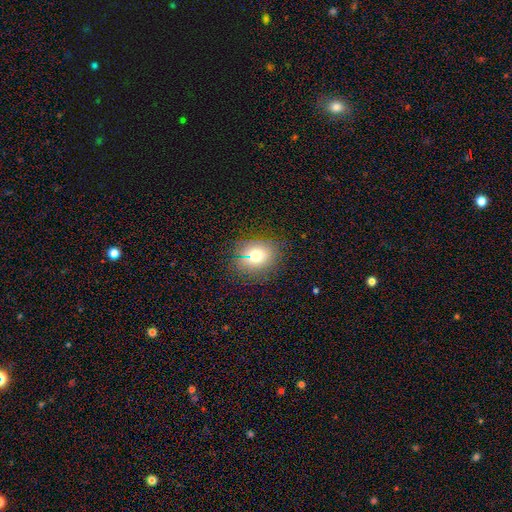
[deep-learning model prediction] Q: Smooth or featured?
A: smooth (72%); runner-up: star or artifact (16%)
Q: How rounded?
A: round (65%); runner-up: in between (34%)
Q: Merging?
A: none (83%); runner-up: minor disturbance (12%)